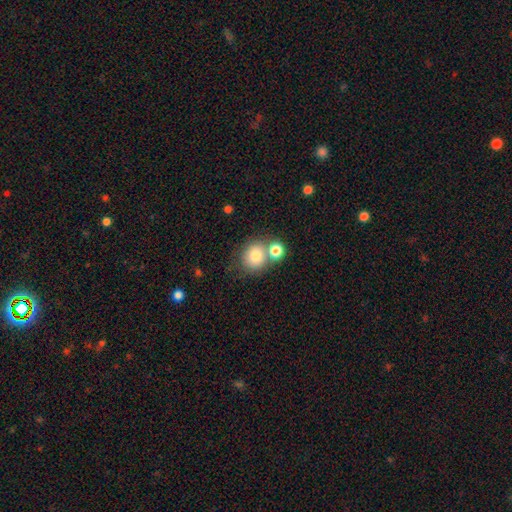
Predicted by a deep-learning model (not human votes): smooth_or_featured: smooth (p=0.79) [alt: featured or disk p=0.10]
how_rounded: round (p=0.79) [alt: in between p=0.20]
merging: none (p=0.51) [alt: merger p=0.35]